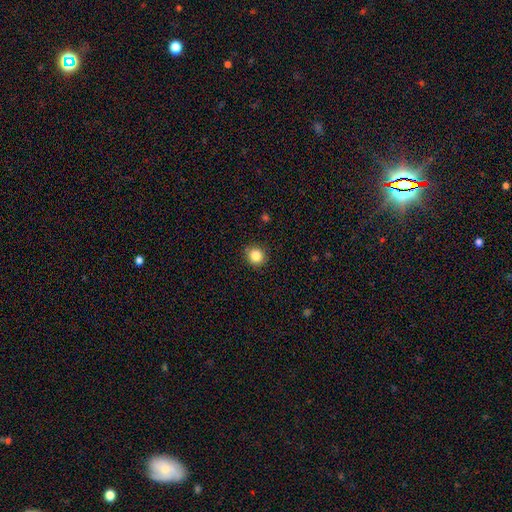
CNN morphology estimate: Smooth or featured: smooth — 84% (star or artifact — 11%)
How rounded: round — 87% (in between — 12%)
Merging: none — 89% (minor disturbance — 8%)